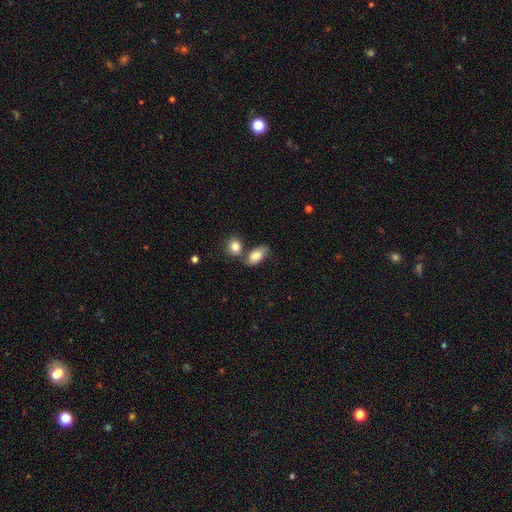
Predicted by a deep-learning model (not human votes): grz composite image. It shows a smooth galaxy with no disk features (80%) that is in between round and cigar-shaped (89%). Merging: none (53%).